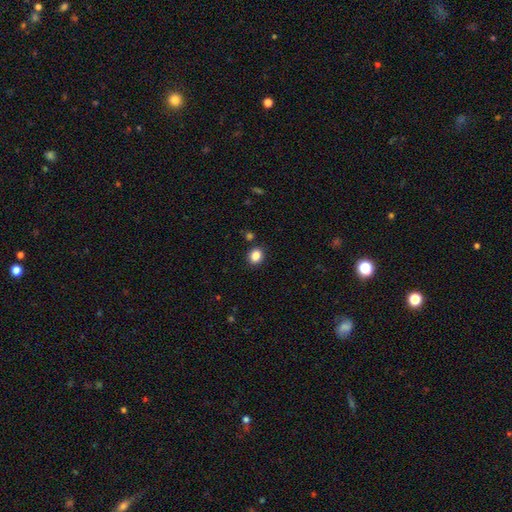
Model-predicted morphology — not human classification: smooth 86%, star or artifact 10%, featured or disk 4%. Down the decision tree: how rounded — round (60%); merging — none (88%).